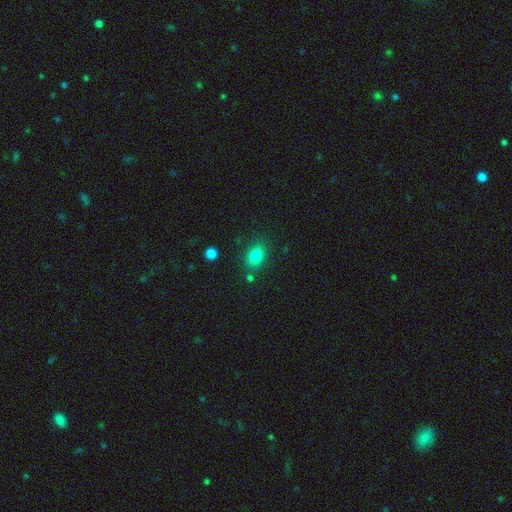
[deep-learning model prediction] The model was most divided on "how rounded": in between: 76%, round: 22%, cigar-shaped: 2%. More confident: smooth or featured — smooth (82%); merging — none (80%).